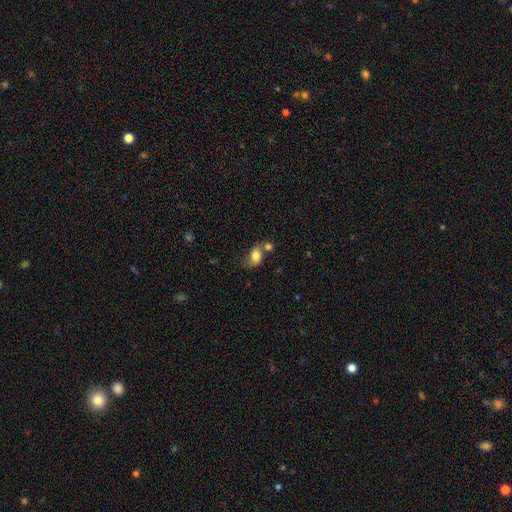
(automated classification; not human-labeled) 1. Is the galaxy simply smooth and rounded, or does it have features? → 75% smooth, 16% featured or disk, 9% star or artifact.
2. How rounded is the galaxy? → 74% in between, 24% round, 2% cigar-shaped.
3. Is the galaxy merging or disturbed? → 39% none, 30% merger, 21% minor disturbance, 10% major disturbance.